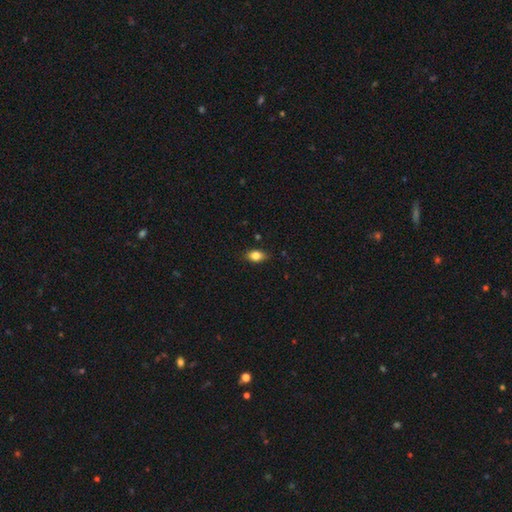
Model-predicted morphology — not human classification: Smooth or featured? smooth (81%)
How rounded? in between (81%)
Merging? none (83%)